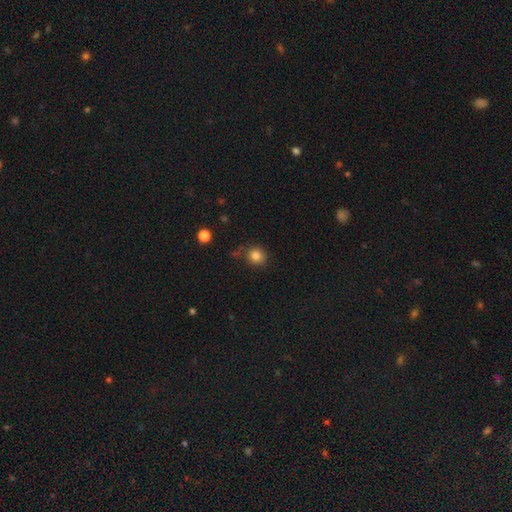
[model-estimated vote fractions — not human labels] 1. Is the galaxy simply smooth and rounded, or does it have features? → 83% smooth, 11% star or artifact, 6% featured or disk.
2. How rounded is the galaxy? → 87% round, 12% in between, 1% cigar-shaped.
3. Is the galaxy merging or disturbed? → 75% none, 16% minor disturbance, 5% merger, 4% major disturbance.